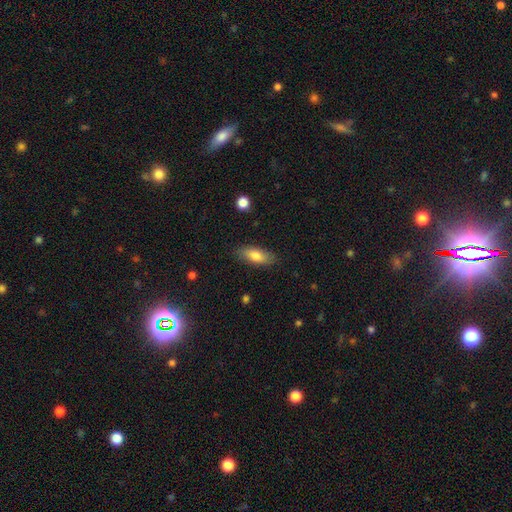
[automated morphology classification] Overall: smooth (77%). How rounded: in between (79%). Merging: none (84%).